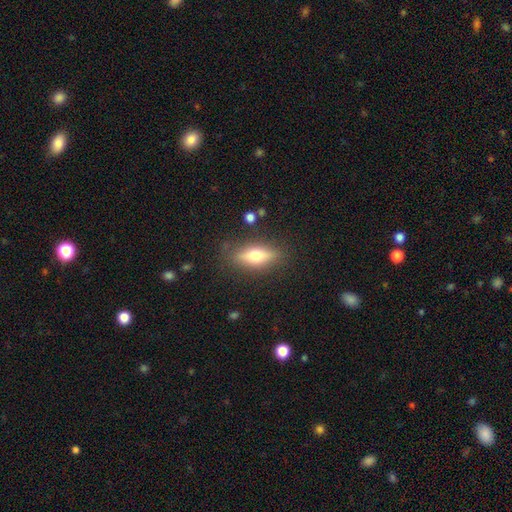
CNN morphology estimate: Overall: smooth (51%; featured or disk 42%). How rounded: in between (57%; cigar-shaped 38%). Merging: none (84%).